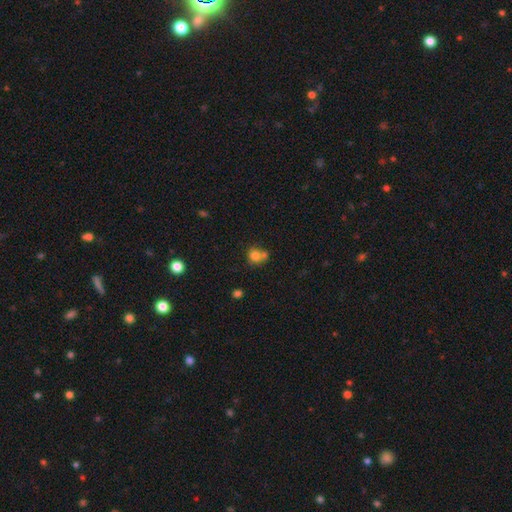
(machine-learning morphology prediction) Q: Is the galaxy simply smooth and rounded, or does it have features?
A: smooth — 76%.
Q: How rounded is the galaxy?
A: round — 75%.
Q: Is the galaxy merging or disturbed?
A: merger — 42%.